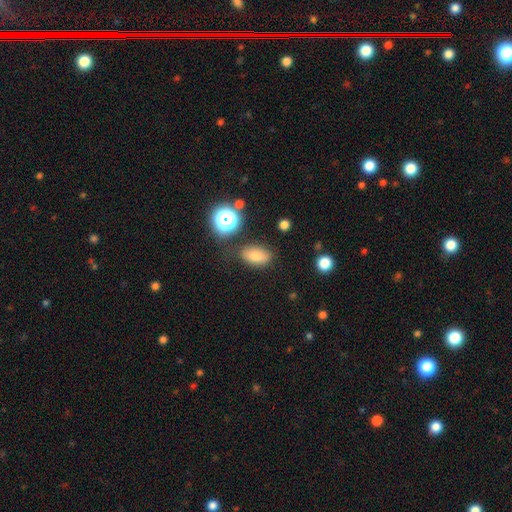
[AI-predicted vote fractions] smooth-or-featured: smooth: 75% | star or artifact: 14% | featured or disk: 11%
  how-rounded: in between: 84% | round: 11% | cigar-shaped: 5%
  merging: none: 76% | minor disturbance: 15% | major disturbance: 5% | merger: 4%